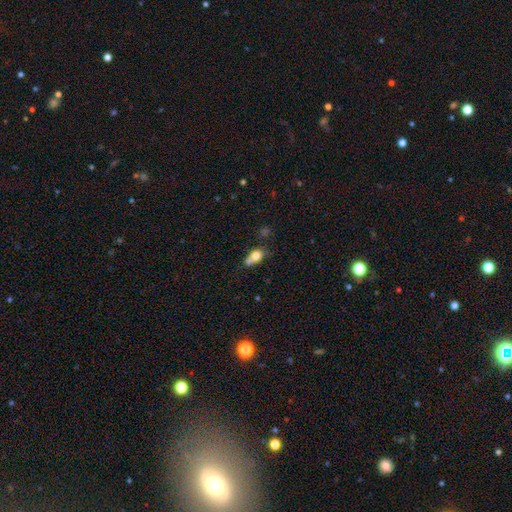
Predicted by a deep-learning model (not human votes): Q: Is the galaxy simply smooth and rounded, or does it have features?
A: smooth — 75%.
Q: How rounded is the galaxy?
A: in between — 57%.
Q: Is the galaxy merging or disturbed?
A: merger — 36%.